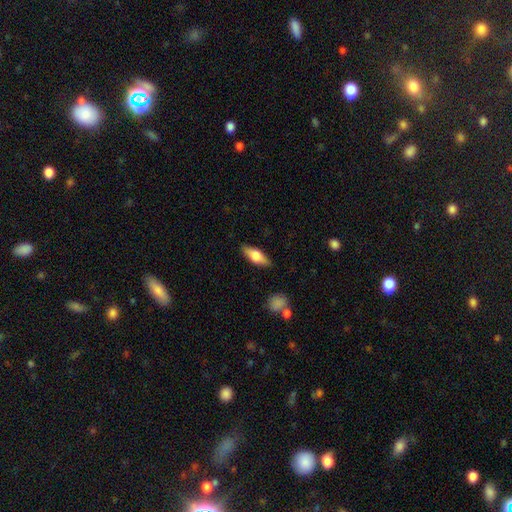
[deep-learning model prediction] Overall: smooth (59%; featured or disk 35%). How rounded: in between (69%). Merging: none (85%).